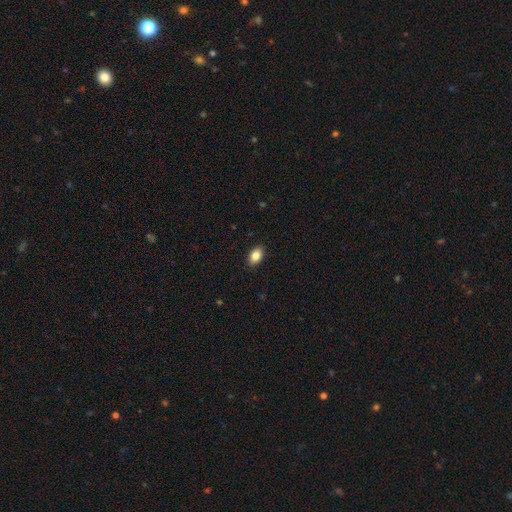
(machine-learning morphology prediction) type=smooth (86%); roundness=in between (89%); merging=none (89%).